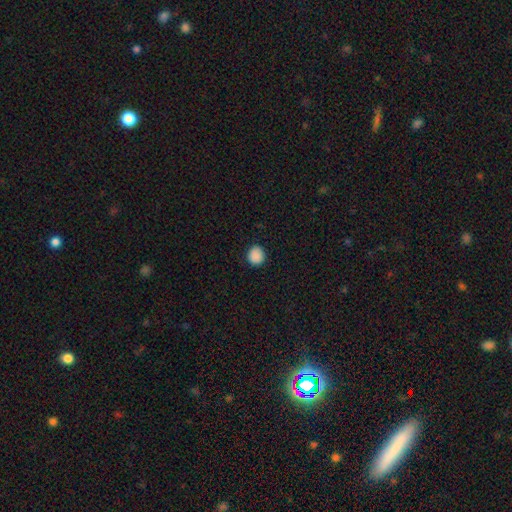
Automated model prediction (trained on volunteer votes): The model was most divided on "how rounded": round: 88%, in between: 11%, cigar-shaped: 1%. More confident: smooth or featured — smooth (88%); merging — none (88%).